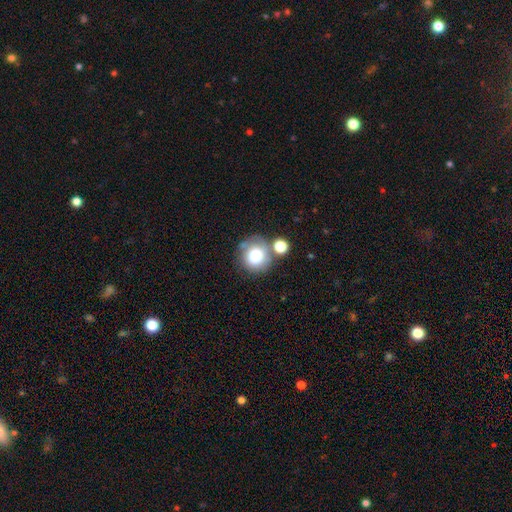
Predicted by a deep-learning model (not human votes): smooth 77%, featured or disk 14%, star or artifact 9%. Down the decision tree: how rounded — round (86%); merging — none (55%).